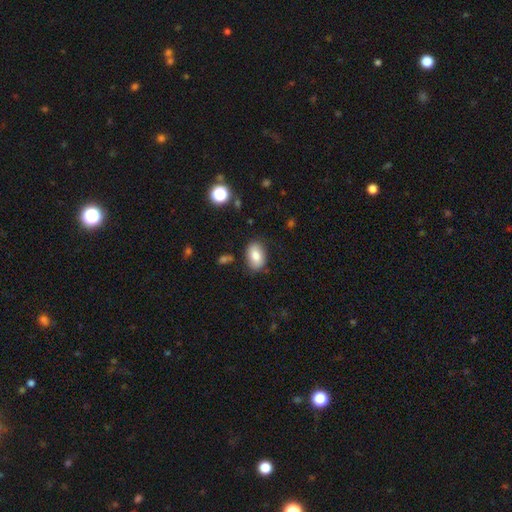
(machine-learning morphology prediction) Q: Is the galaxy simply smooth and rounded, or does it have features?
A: smooth — 82%.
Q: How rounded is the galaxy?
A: in between — 86%.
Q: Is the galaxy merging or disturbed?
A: none — 82%.